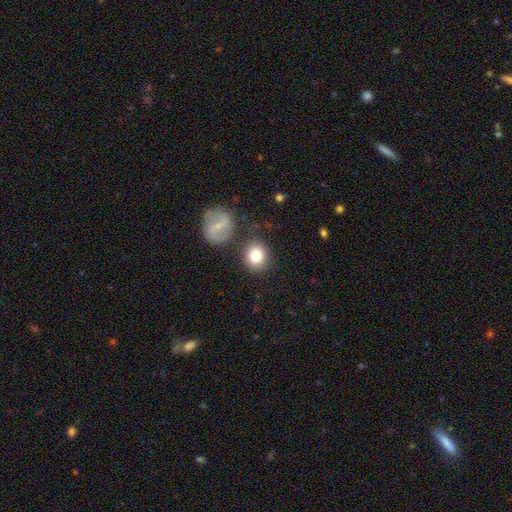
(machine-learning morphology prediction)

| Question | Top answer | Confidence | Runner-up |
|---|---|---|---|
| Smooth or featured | smooth | 79% | featured or disk (13%) |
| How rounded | round | 80% | in between (19%) |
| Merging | none | 78% | minor disturbance (11%) |